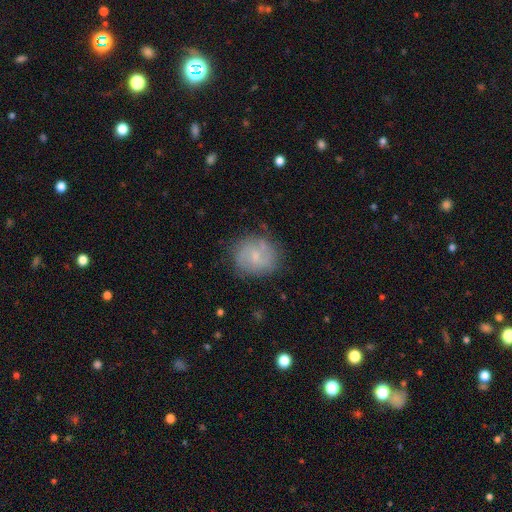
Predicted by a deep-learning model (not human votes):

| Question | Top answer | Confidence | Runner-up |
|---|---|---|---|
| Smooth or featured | featured or disk | 52% | smooth (39%) |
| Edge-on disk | no | 97% | yes (3%) |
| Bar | no | 52% | weak (42%) |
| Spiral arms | yes | 75% | no (25%) |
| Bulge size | small | 67% | moderate (21%) |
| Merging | none | 73% | minor disturbance (18%) |